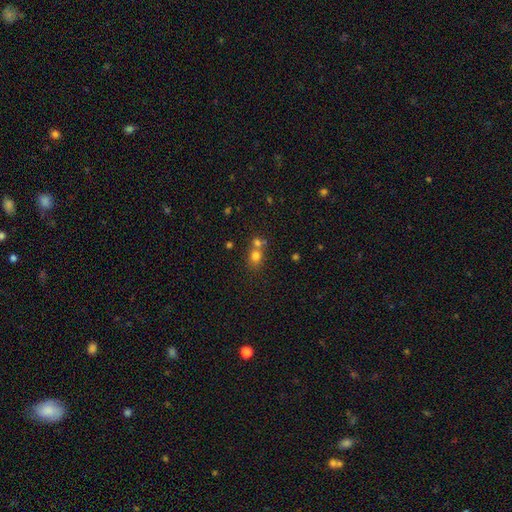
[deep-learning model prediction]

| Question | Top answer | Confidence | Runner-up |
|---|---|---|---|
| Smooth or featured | smooth | 74% | star or artifact (15%) |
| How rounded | round | 67% | in between (32%) |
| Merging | merger | 45% | none (43%) |